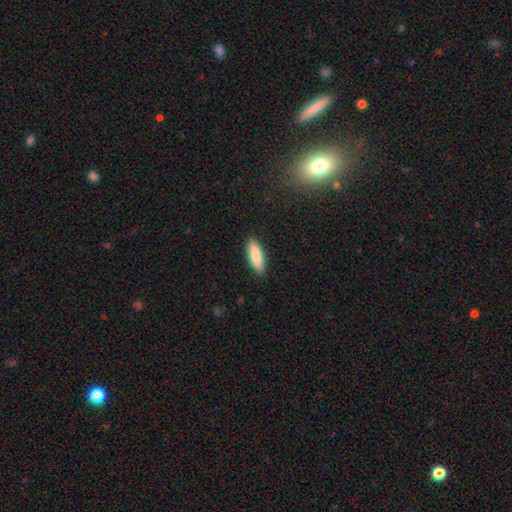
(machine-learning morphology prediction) A smooth galaxy with no disk features (87%) that is in between round and cigar-shaped (67%).

Vote fractions:
- Smooth or featured? smooth: 87% / featured or disk: 7% / star or artifact: 5%
- How rounded? in between: 67% / cigar-shaped: 32% / round: 2%
- Merging? none: 89% / minor disturbance: 8% / major disturbance: 2% / merger: 1%